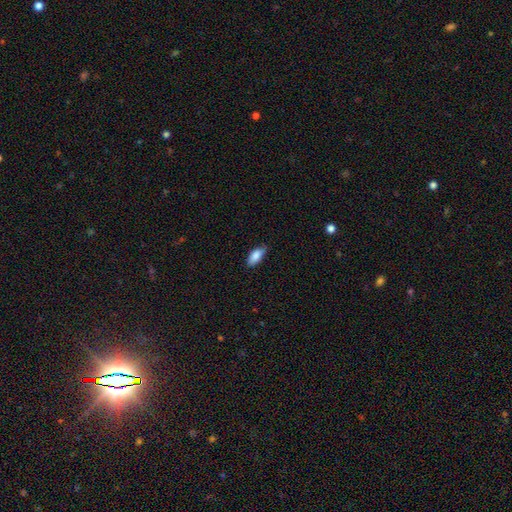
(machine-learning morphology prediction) A smooth galaxy with no disk features (83%) that is in between round and cigar-shaped (86%).

Vote fractions:
- Smooth or featured? smooth: 83% / featured or disk: 11% / star or artifact: 7%
- How rounded? in between: 86% / cigar-shaped: 11% / round: 2%
- Merging? none: 74% / minor disturbance: 22% / major disturbance: 3% / merger: 1%